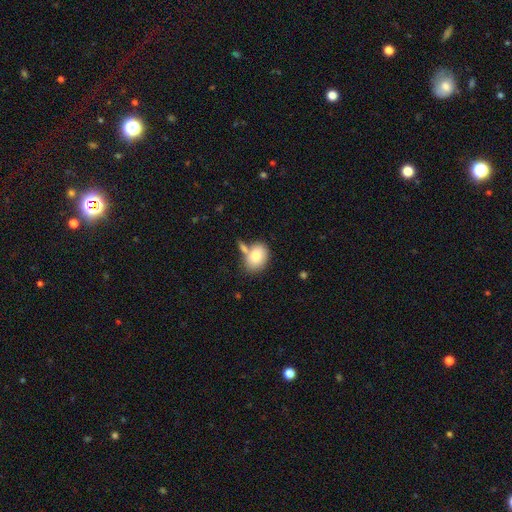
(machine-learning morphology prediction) smooth_or_featured: smooth (p=0.80) [alt: featured or disk p=0.12]
how_rounded: in between (p=0.76) [alt: round p=0.23]
merging: none (p=0.55) [alt: merger p=0.24]